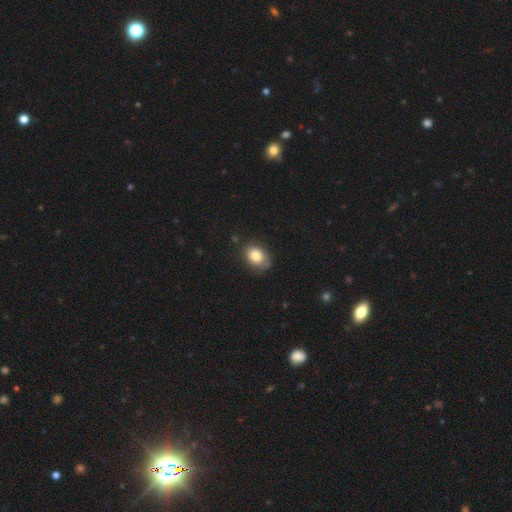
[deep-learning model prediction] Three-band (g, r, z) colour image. It shows a smooth galaxy with no disk features (82%) that is in between round and cigar-shaped (63%). Merging: none (72%).